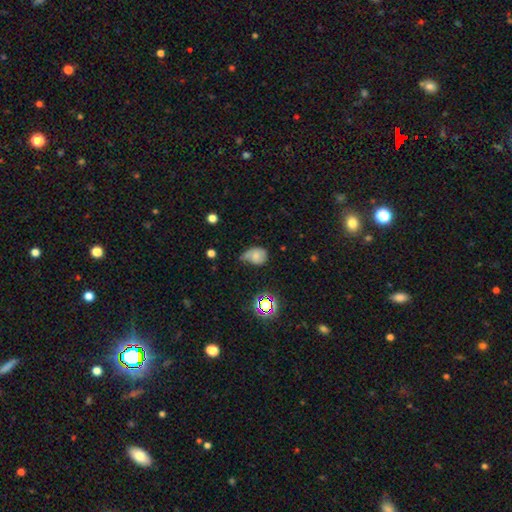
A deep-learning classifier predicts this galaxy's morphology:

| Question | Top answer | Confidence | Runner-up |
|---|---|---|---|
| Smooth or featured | smooth | 60% | featured or disk (26%) |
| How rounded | round | 53% | in between (46%) |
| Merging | minor disturbance | 45% | none (32%) |